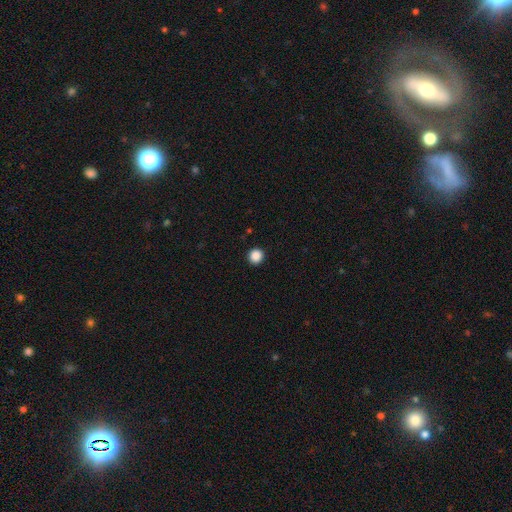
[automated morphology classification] smooth 88%, star or artifact 10%, featured or disk 2%. Down the decision tree: how rounded — round (94%); merging — none (93%).